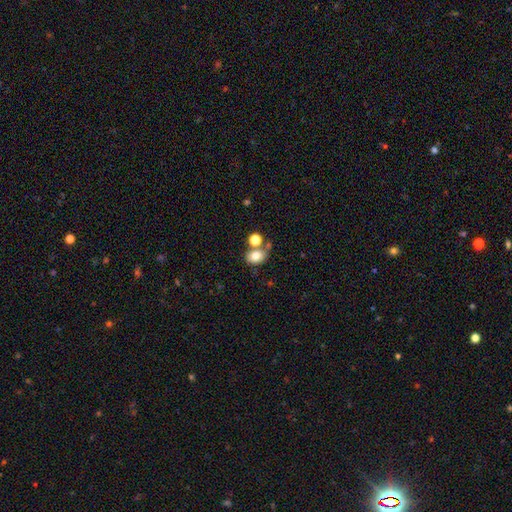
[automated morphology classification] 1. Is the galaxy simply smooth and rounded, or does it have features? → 78% smooth, 11% star or artifact, 11% featured or disk.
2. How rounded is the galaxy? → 62% in between, 37% round, 1% cigar-shaped.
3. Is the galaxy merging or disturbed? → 53% none, 27% merger, 14% minor disturbance, 6% major disturbance.